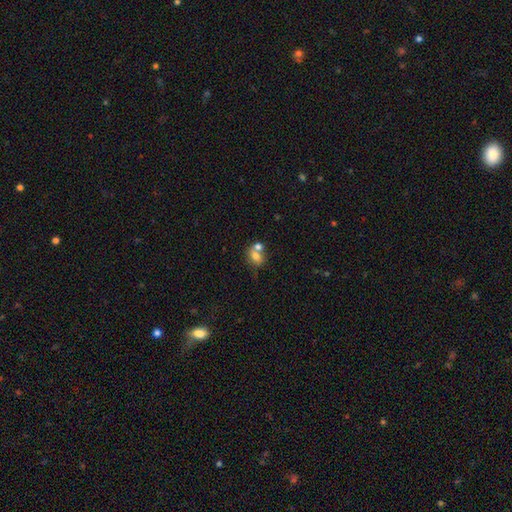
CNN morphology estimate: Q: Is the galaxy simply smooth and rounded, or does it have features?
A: smooth — 71%.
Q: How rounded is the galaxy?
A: in between — 50%.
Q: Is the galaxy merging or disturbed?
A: merger — 47%.